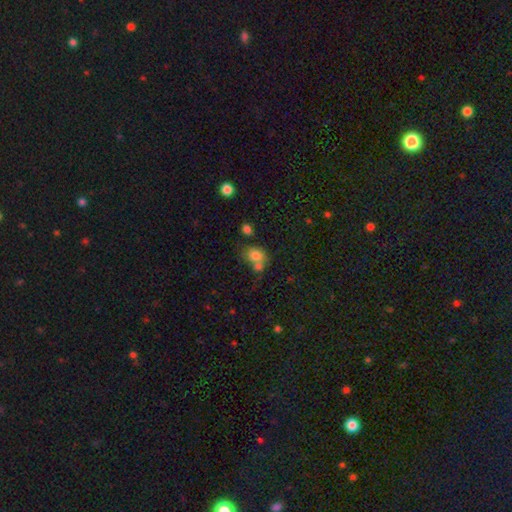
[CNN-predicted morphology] This is likely a smooth galaxy (78%). How rounded: possibly in between (50%). Merging: marginally none (41%).